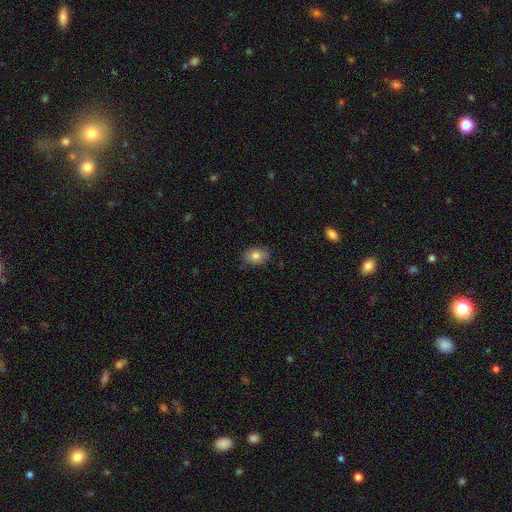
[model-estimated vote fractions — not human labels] This appears to be a smooth galaxy with no disk features (81%) that is in between round and cigar-shaped (80%). Merging: none (85%).